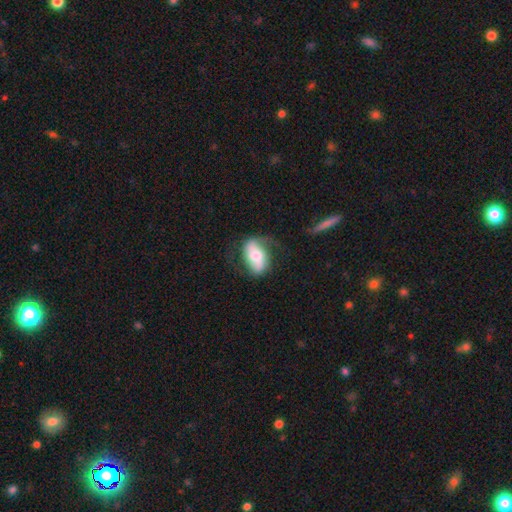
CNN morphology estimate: A featured or disk galaxy (54%).

Vote fractions:
- Smooth or featured? featured or disk: 54% / smooth: 40% / star or artifact: 6%
- Edge-on disk? no: 88% / yes: 12%
- Merging? none: 60% / minor disturbance: 23% / major disturbance: 15% / merger: 2%